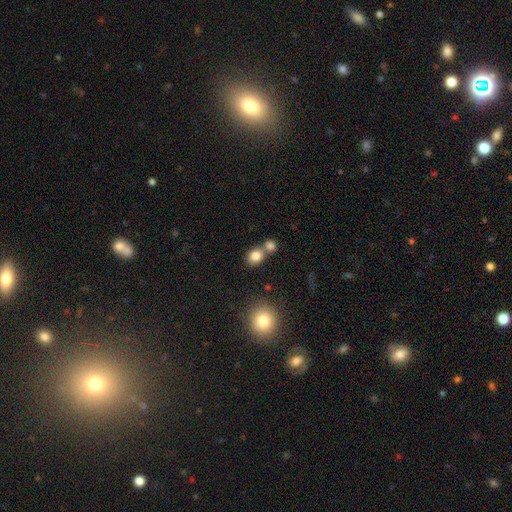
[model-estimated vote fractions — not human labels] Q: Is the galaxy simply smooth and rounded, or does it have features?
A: smooth — 83%.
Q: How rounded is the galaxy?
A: round — 52%.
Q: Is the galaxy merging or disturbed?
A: none — 50%.